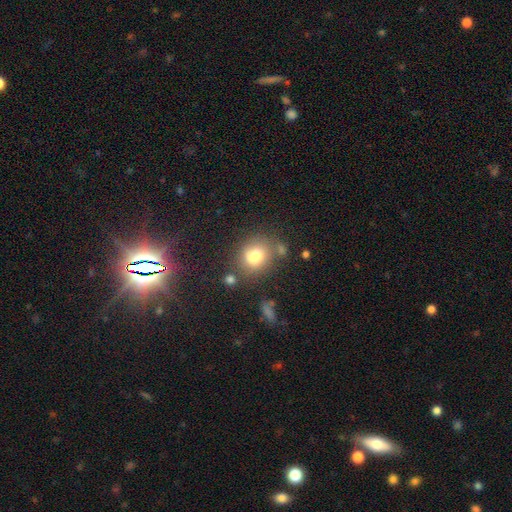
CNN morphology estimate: A smooth galaxy with no disk features (75%) that is round (68%). Merging: none (59%).